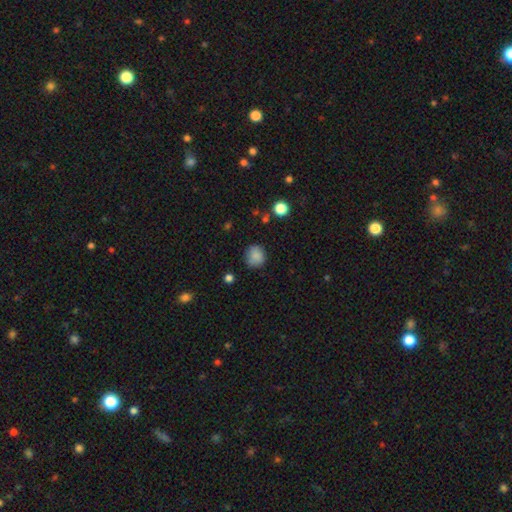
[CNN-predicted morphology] This is clearly a smooth galaxy (84%). How rounded: clearly round (83%). Merging: likely none (78%).